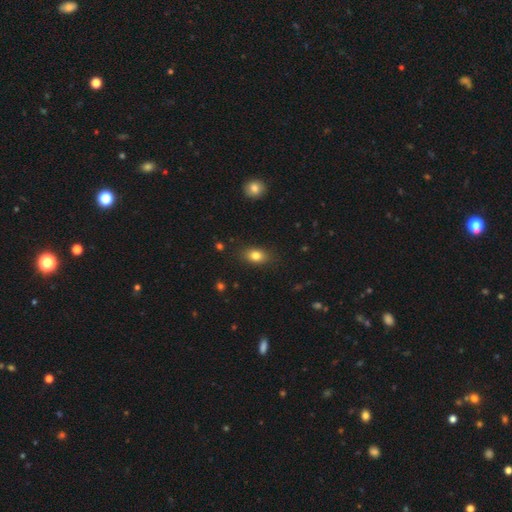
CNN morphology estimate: This appears to be a smooth galaxy with no disk features (81%) that is in between round and cigar-shaped (79%). Merging: none (85%).